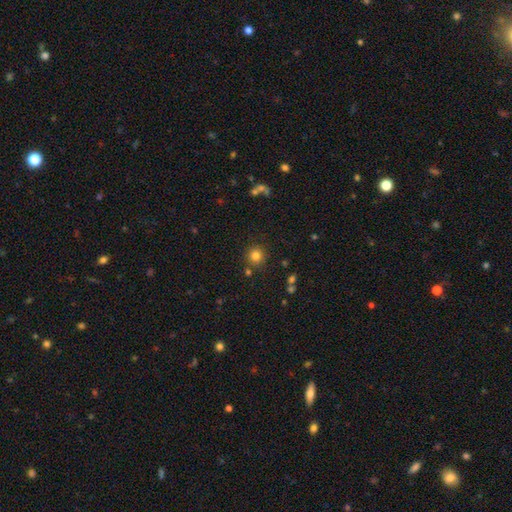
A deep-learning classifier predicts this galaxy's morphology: A smooth galaxy with no disk features (80%) that is round (94%). Merging: none (84%).